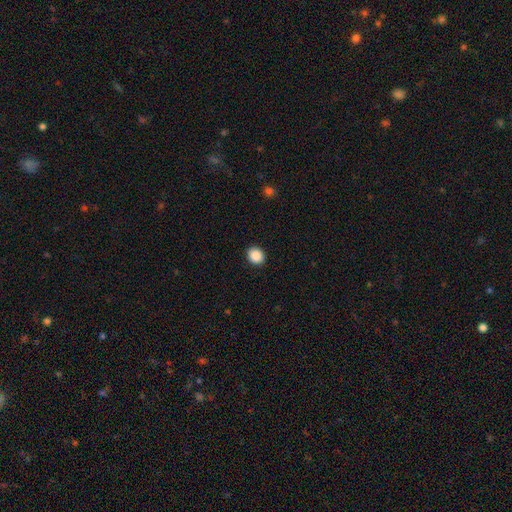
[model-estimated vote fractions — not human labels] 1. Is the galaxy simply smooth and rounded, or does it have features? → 89% smooth, 9% star or artifact, 3% featured or disk.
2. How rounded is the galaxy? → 72% round, 28% in between, 1% cigar-shaped.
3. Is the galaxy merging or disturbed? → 92% none, 6% minor disturbance, 2% major disturbance, 1% merger.